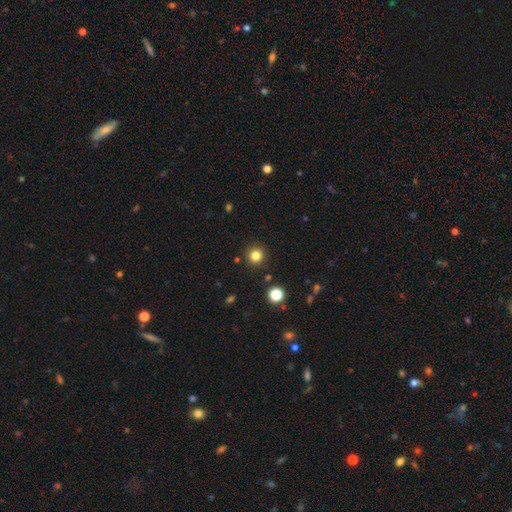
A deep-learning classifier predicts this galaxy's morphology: The model was most divided on "smooth or featured": smooth: 81%, star or artifact: 13%, featured or disk: 5%. More confident: how rounded — round (95%); merging — none (91%).